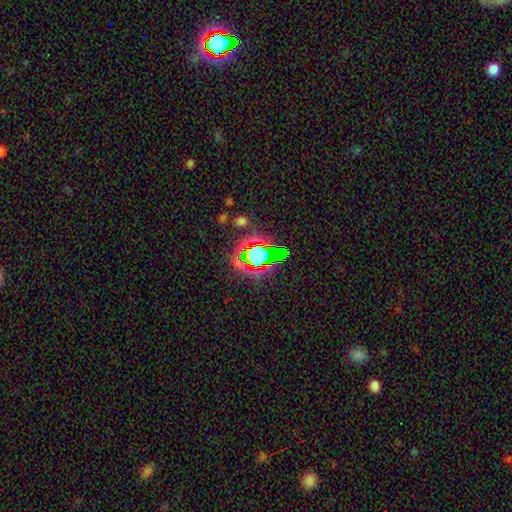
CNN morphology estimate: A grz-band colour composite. It shows a star or artifact, not a galaxy (61%).